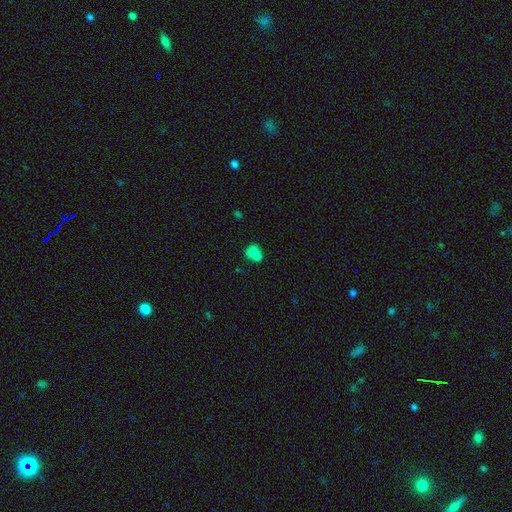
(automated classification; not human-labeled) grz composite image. It shows a smooth galaxy with no disk features (76%) that is in between round and cigar-shaped (60%). Merging: none (56%).